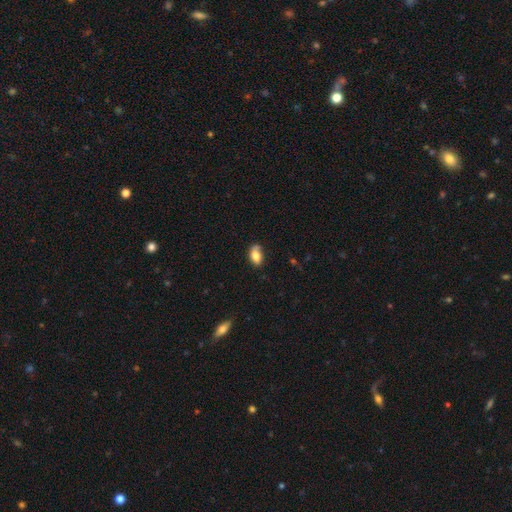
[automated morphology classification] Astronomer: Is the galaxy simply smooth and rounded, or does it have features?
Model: smooth — 80%.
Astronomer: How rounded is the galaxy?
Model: in between — 89%.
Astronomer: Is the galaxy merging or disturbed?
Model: none — 59%.